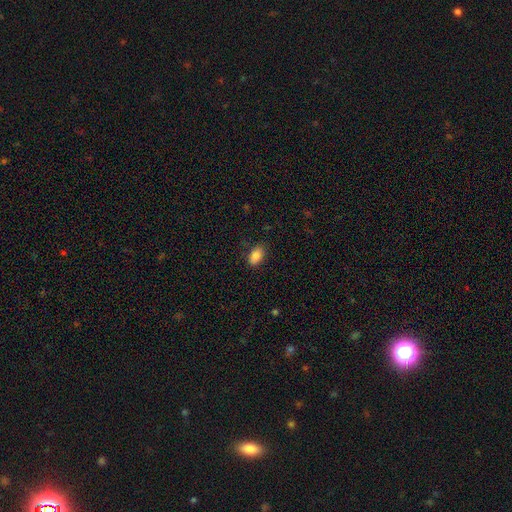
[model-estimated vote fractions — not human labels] This appears to be a smooth galaxy with no disk features (86%) that is in between round and cigar-shaped (91%). Merging: none (83%).